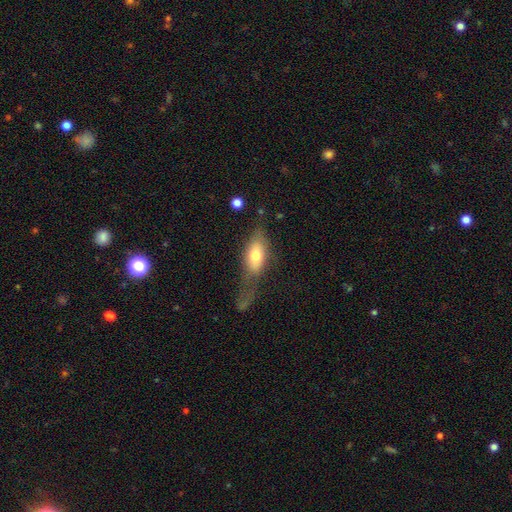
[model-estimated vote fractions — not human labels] A smooth galaxy with no disk features (68%) that is in between round and cigar-shaped (79%). Merging: none (34%).